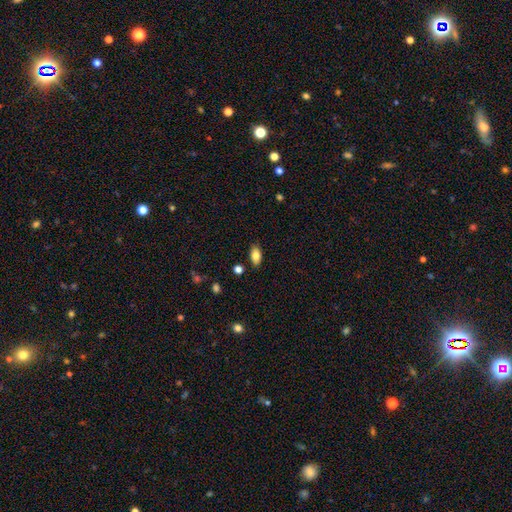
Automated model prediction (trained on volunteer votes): A smooth galaxy with no disk features (82%) that is in between round and cigar-shaped (91%).

Vote fractions:
- Smooth or featured? smooth: 82% / featured or disk: 10% / star or artifact: 8%
- How rounded? in between: 91% / cigar-shaped: 5% / round: 4%
- Merging? none: 86% / minor disturbance: 10% / major disturbance: 2% / merger: 2%